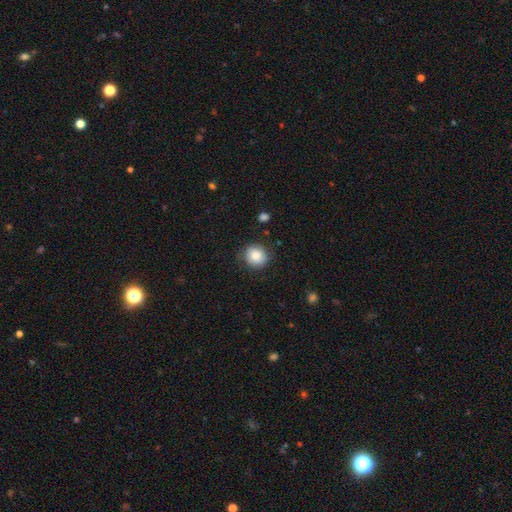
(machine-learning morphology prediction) A smooth galaxy with no disk features (83%) that is round (84%). Merging: none (80%).